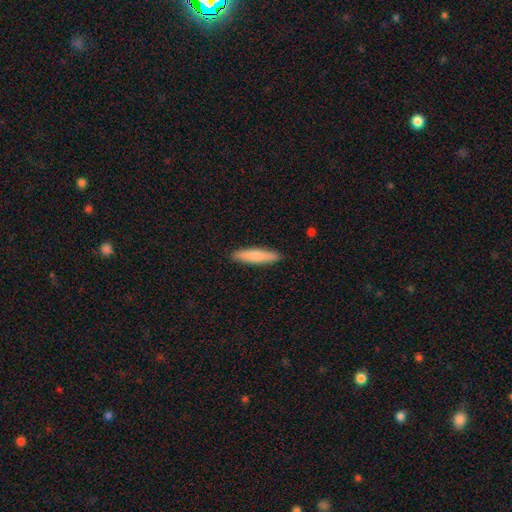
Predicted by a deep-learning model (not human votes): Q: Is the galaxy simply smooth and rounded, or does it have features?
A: smooth — 79%.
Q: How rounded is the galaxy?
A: cigar-shaped — 86%.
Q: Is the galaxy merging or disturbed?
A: none — 91%.